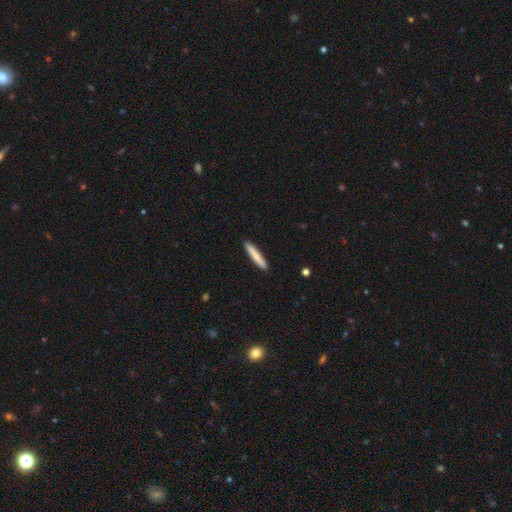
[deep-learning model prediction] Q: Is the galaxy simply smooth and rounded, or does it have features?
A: smooth — 77%.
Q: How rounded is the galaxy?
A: cigar-shaped — 94%.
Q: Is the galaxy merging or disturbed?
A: none — 92%.